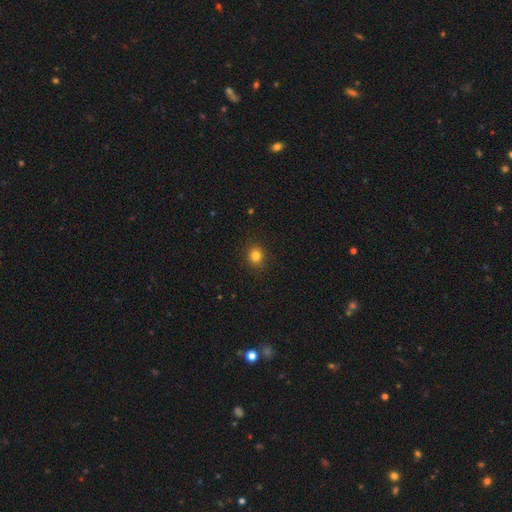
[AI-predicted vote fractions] Smooth or featured? Predicted: smooth (p=0.82). How rounded? Predicted: round (p=0.82). Merging? Predicted: none (p=0.90).